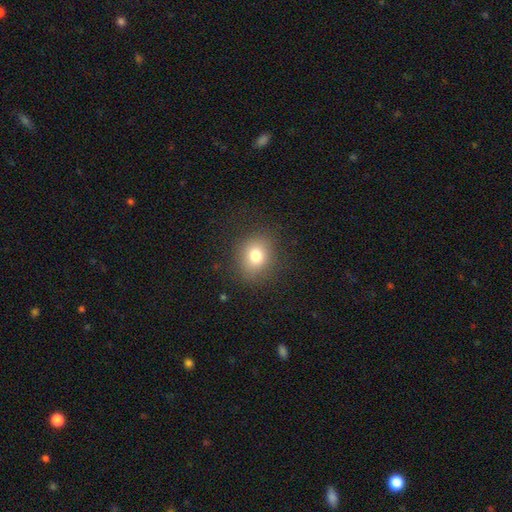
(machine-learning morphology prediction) Q: Smooth or featured?
A: smooth (78%); runner-up: star or artifact (12%)
Q: How rounded?
A: round (68%); runner-up: in between (31%)
Q: Merging?
A: none (84%); runner-up: minor disturbance (10%)